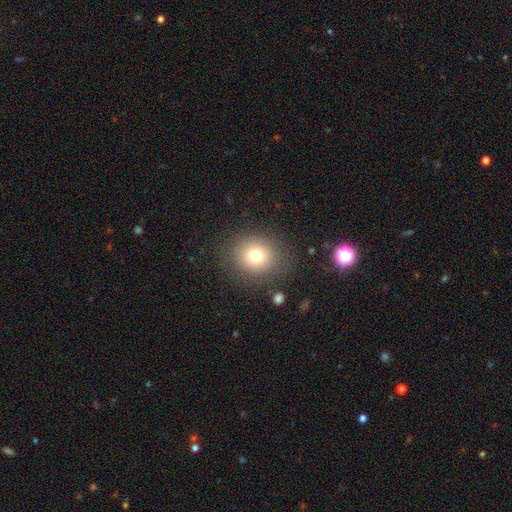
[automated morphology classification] smooth_or_featured: smooth (p=0.76) [alt: star or artifact p=0.13]
how_rounded: round (p=0.81) [alt: in between p=0.18]
merging: none (p=0.84) [alt: minor disturbance p=0.09]